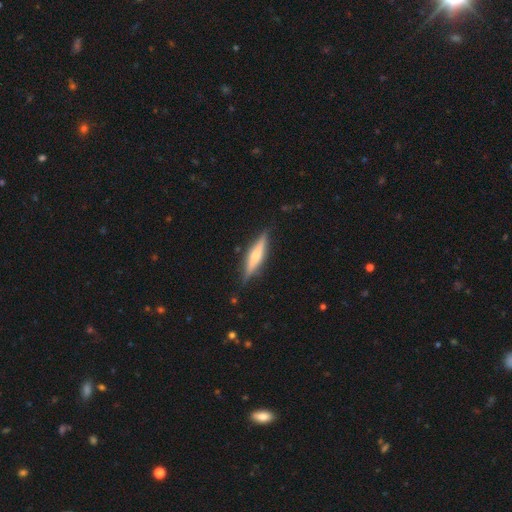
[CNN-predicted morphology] smooth-or-featured: featured or disk: 57% | smooth: 37% | star or artifact: 6%
  disk-edge-on: yes: 96% | no: 4%
    edge-on-bulge: rounded: 71% | none: 15% | boxy: 14%
  merging: none: 86% | minor disturbance: 10% | major disturbance: 2% | merger: 1%